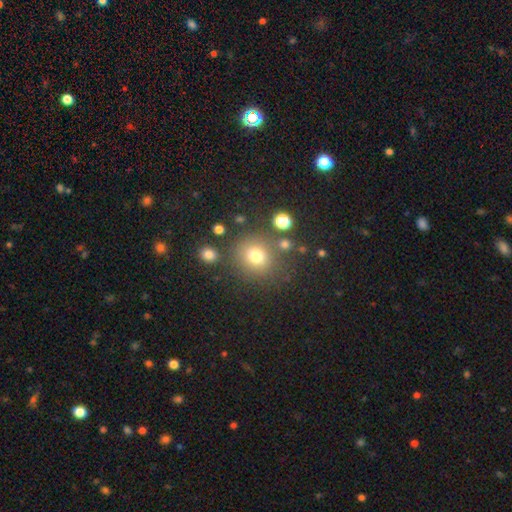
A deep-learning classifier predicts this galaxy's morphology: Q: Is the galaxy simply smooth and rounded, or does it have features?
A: smooth — 74%.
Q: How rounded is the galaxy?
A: round — 86%.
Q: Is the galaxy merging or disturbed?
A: none — 77%.